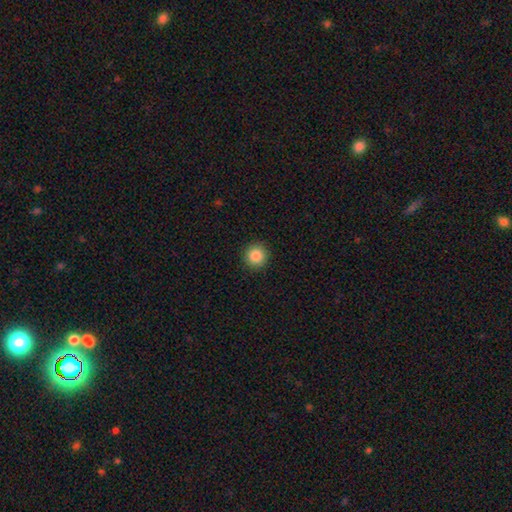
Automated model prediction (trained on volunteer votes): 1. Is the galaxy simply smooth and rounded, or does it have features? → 87% smooth, 9% star or artifact, 4% featured or disk.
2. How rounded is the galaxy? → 95% round, 4% in between, 1% cigar-shaped.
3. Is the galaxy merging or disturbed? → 92% none, 5% minor disturbance, 2% major disturbance, 1% merger.